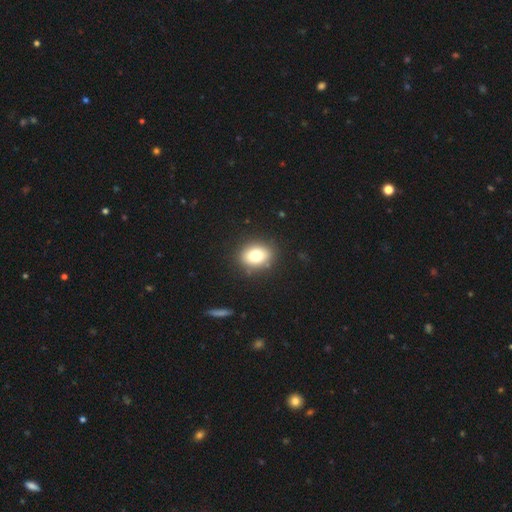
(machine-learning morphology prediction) Smooth or featured: smooth — 78% (featured or disk — 11%)
How rounded: in between — 60% (round — 39%)
Merging: none — 85% (minor disturbance — 10%)